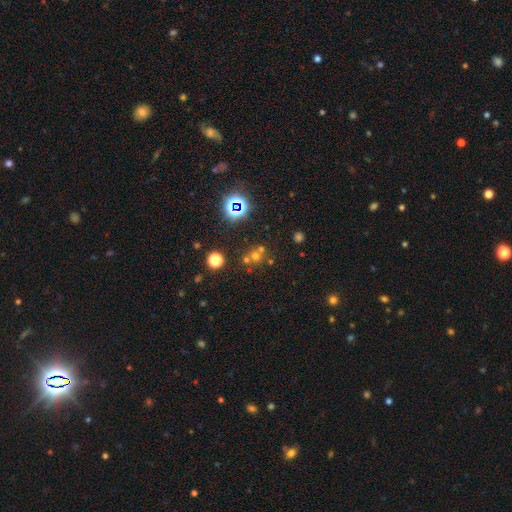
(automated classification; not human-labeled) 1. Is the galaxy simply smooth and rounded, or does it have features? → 47% smooth, 38% star or artifact, 14% featured or disk.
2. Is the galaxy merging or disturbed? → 56% none, 33% merger, 7% minor disturbance, 4% major disturbance.